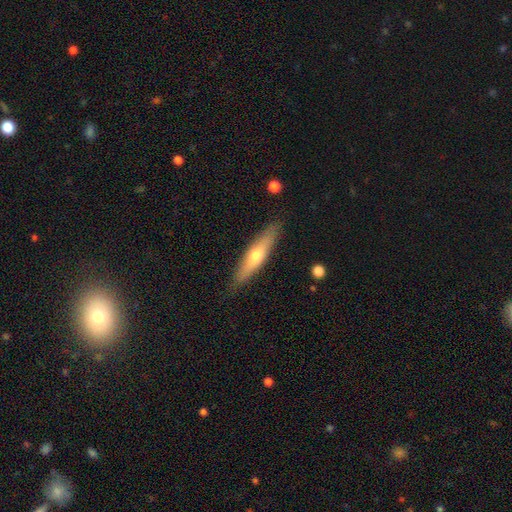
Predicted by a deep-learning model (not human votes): Morphology: type=smooth (50%); merging=none (86%).